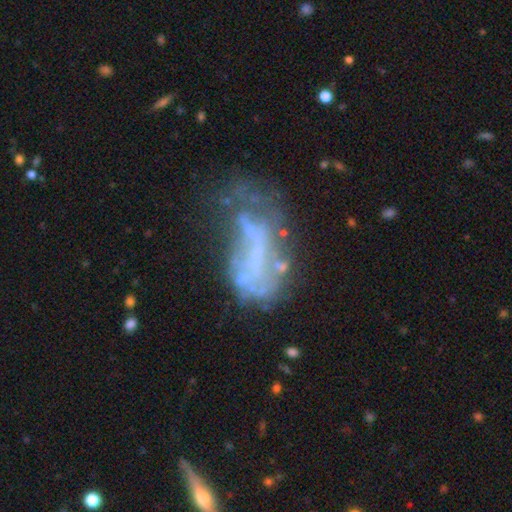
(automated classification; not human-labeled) smooth_or_featured: featured or disk (p=0.61) [alt: smooth p=0.23]
disk_edge_on: no (p=0.97) [alt: yes p=0.03]
bar: no (p=0.80) [alt: weak p=0.13]
has_spiral_arms: no (p=0.83) [alt: yes p=0.17]
bulge_size: none (p=0.76) [alt: small p=0.15]
merging: major disturbance (p=0.39) [alt: none p=0.26]